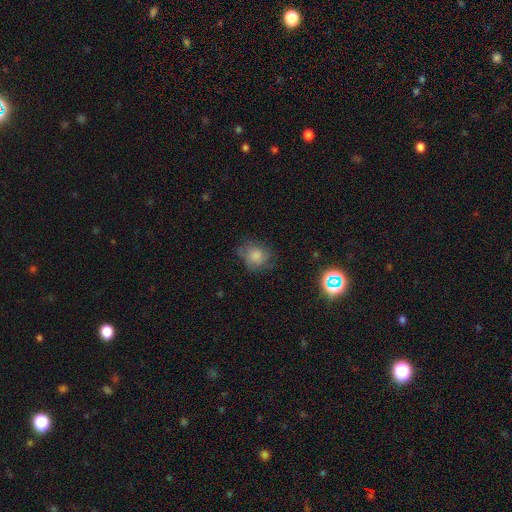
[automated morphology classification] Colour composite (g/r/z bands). It shows a smooth galaxy with no disk features (70%) that is round (70%). Merging: none (58%).